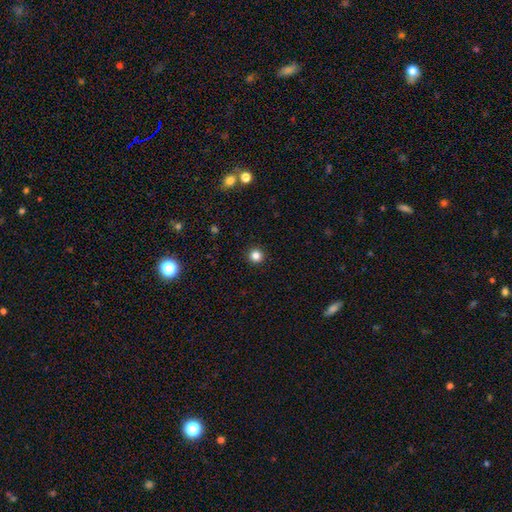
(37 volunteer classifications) Overall: smooth (84%). How rounded: round (94%). Merging: none (97%).